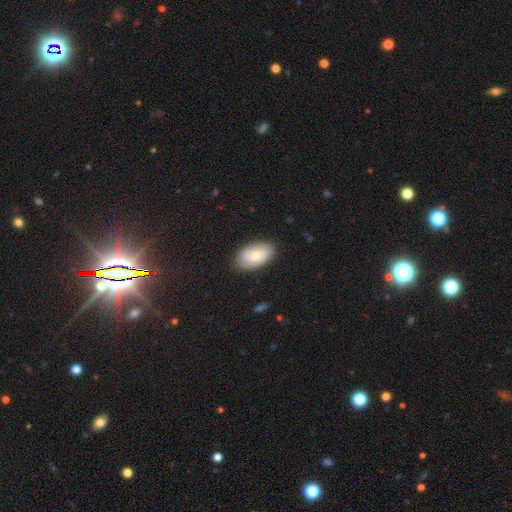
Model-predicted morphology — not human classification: smooth-or-featured: smooth: 69% | featured or disk: 24% | star or artifact: 6%
  how-rounded: in between: 94% | round: 5% | cigar-shaped: 2%
  merging: none: 83% | minor disturbance: 13% | major disturbance: 3% | merger: 1%